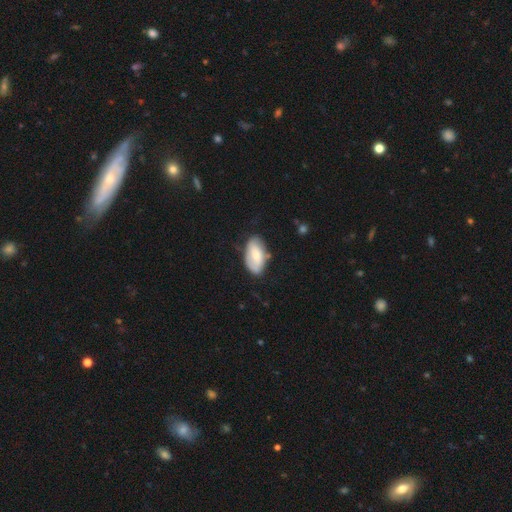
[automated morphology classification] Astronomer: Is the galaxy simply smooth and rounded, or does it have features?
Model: smooth — 62%.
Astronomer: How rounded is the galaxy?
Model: in between — 94%.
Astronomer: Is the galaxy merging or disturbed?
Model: none — 66%.